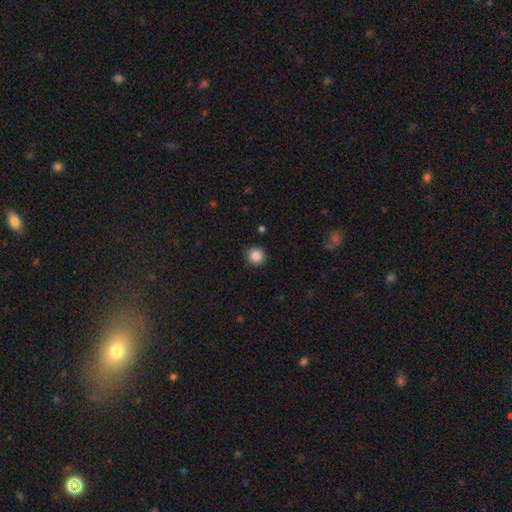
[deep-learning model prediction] Q: Smooth or featured?
A: smooth (85%); runner-up: star or artifact (10%)
Q: How rounded?
A: round (95%); runner-up: in between (4%)
Q: Merging?
A: none (92%); runner-up: minor disturbance (6%)